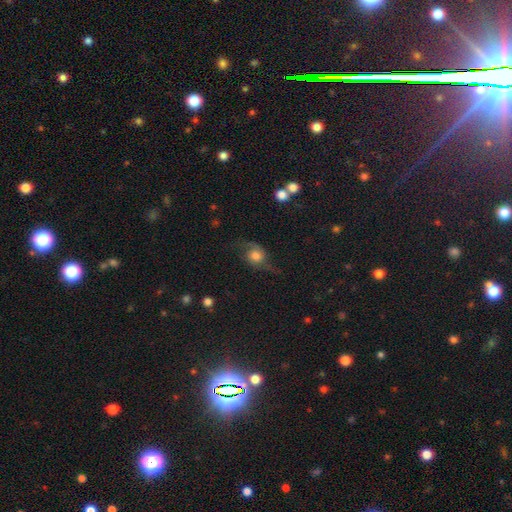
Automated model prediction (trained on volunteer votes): A featured or disk galaxy (60%) with no bar (74%), 2 (89%) loose (71%) spiral arms (90%) and a moderate central bulge (44%). Merging: none (58%).